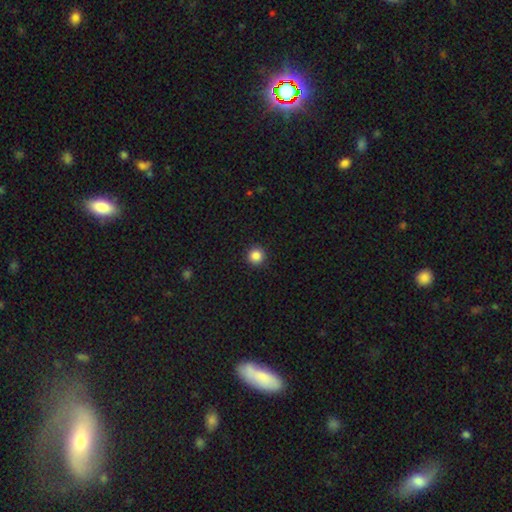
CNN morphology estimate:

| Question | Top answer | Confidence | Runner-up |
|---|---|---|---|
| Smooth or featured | smooth | 86% | star or artifact (11%) |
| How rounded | round | 95% | in between (4%) |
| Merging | none | 93% | minor disturbance (5%) |